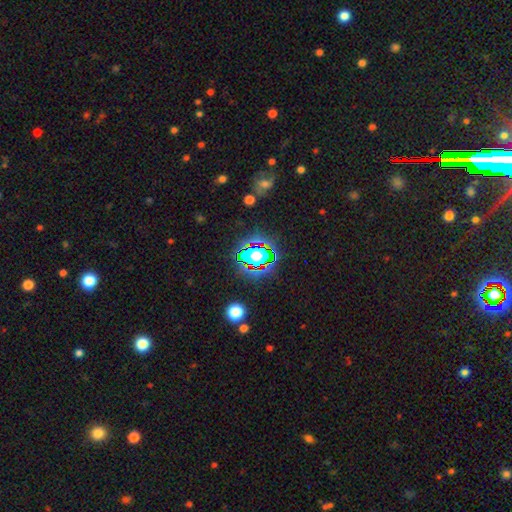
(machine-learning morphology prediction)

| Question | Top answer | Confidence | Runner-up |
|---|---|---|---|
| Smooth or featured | star or artifact | 57% | smooth (29%) |